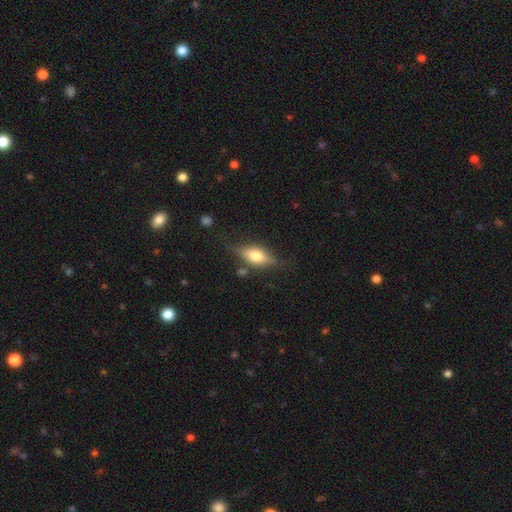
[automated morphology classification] The model was most divided on "smooth or featured": smooth: 52%, featured or disk: 40%, star or artifact: 7%. More confident: merging — none (72%); how rounded — in between (72%).